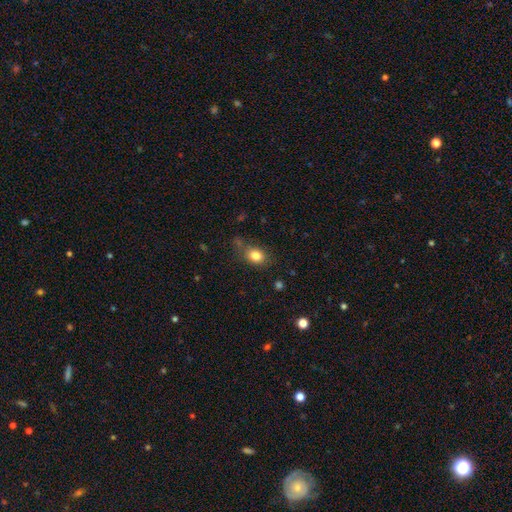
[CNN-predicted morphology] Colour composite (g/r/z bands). It shows a smooth galaxy with no disk features (83%) that is in between round and cigar-shaped (58%). Merging: none (71%).